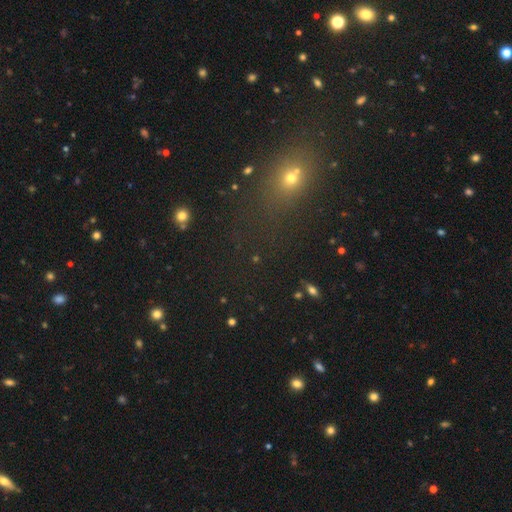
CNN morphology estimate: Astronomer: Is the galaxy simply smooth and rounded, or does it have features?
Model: smooth — 53% (runner-up: star or artifact, 39%).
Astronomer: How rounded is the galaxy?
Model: in between — 50% (runner-up: round, 45%).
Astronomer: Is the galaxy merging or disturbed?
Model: none — 82%.